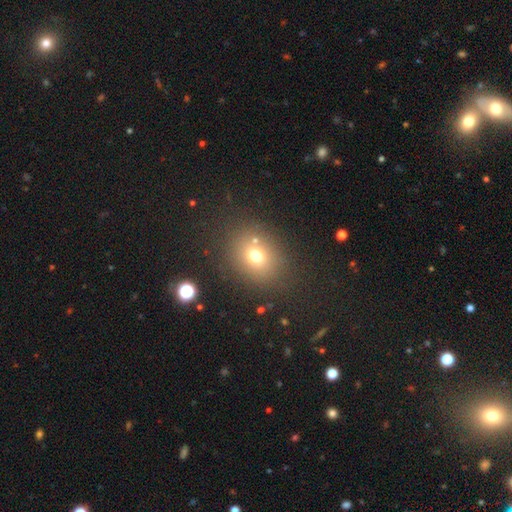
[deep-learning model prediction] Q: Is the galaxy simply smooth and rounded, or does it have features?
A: smooth — 70%.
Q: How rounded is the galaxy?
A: round — 61%.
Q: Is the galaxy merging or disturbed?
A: none — 79%.